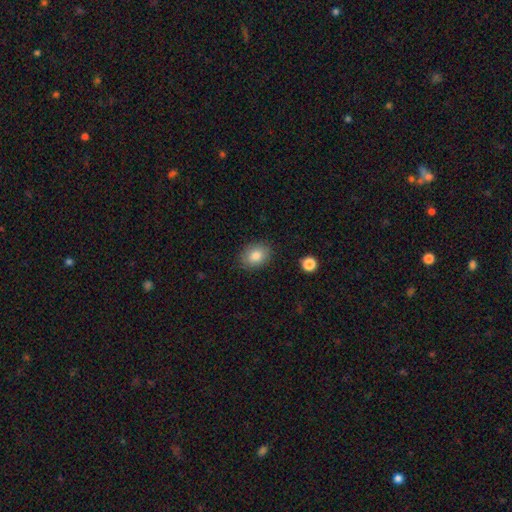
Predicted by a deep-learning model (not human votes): Smooth or featured? smooth (84%)
How rounded? in between (67%)
Merging? none (85%)